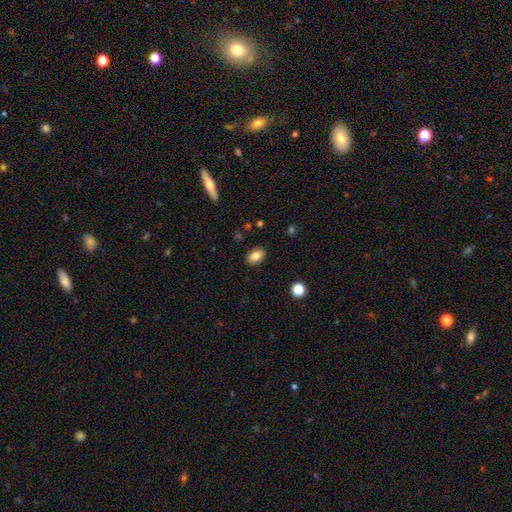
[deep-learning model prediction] Smooth or featured? Predicted: smooth (p=0.83). How rounded? Predicted: in between (p=0.86). Merging? Predicted: none (p=0.87).